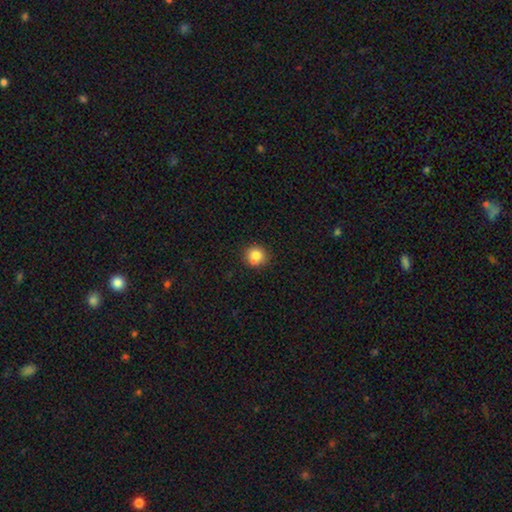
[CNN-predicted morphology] Smooth or featured: smooth — 79% (featured or disk — 11%)
How rounded: round — 86% (in between — 13%)
Merging: none — 62% (merger — 23%)